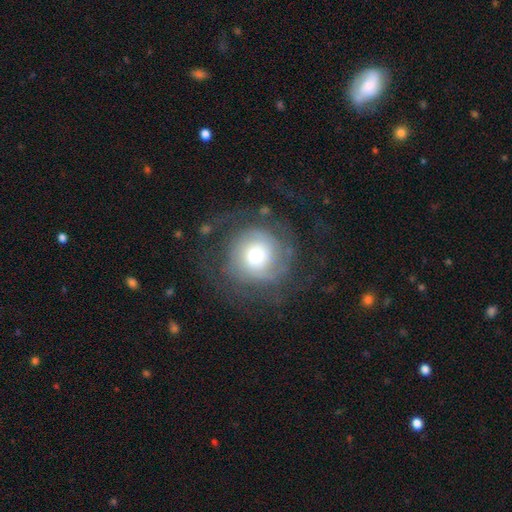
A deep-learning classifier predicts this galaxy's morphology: smooth_or_featured: featured or disk (p=0.57) [alt: smooth p=0.34]
disk_edge_on: no (p=0.97) [alt: yes p=0.03]
bar: no (p=0.84) [alt: weak p=0.13]
has_spiral_arms: yes (p=0.76) [alt: no p=0.24]
bulge_size: moderate (p=0.62) [alt: small p=0.17]
merging: none (p=0.63) [alt: major disturbance p=0.20]